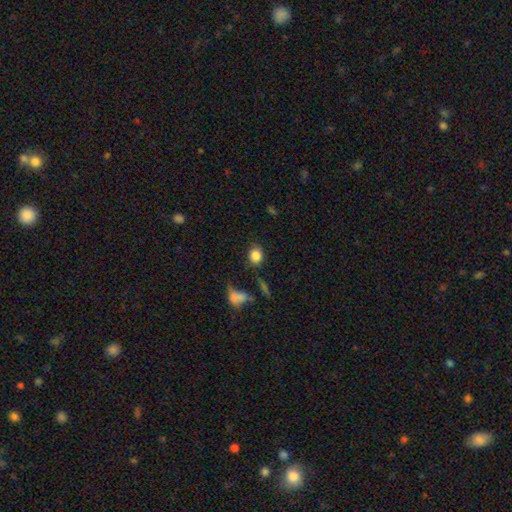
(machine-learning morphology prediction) A smooth galaxy with no disk features (84%) that is round (55%). Merging: none (79%).